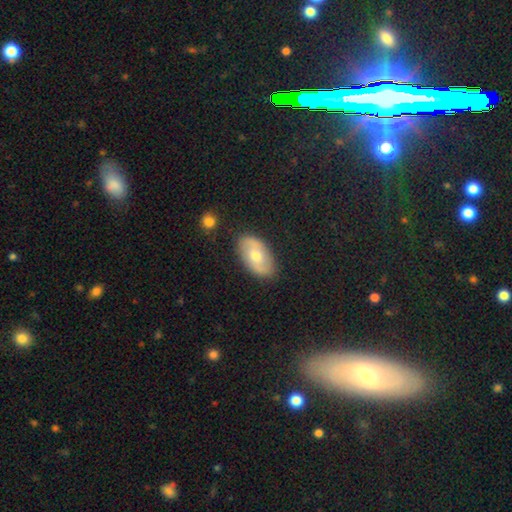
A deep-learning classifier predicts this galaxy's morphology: This appears to be a smooth galaxy with no disk features (49%). Merging: none (84%).